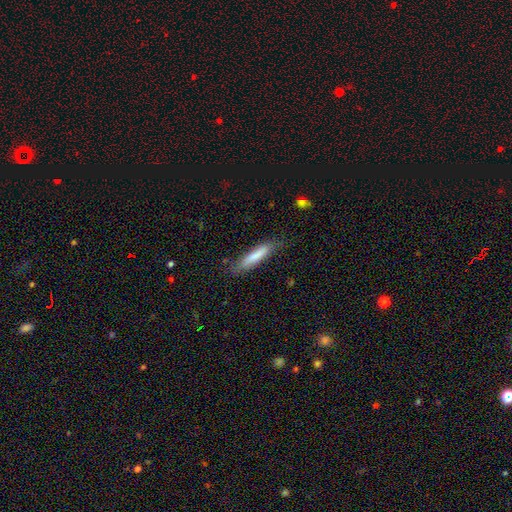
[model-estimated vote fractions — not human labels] This is likely a smooth galaxy (77%). How rounded: clearly cigar-shaped (86%). Merging: likely none (77%).